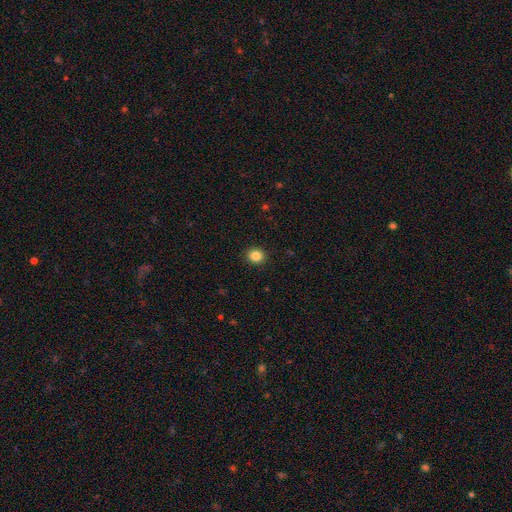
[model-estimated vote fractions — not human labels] Smooth or featured?
  - smooth: 85% *
  - star or artifact: 11%
  - featured or disk: 4%
How rounded?
  - round: 82% *
  - in between: 18%
  - cigar-shaped: 1%
Merging?
  - none: 92% *
  - minor disturbance: 5%
  - major disturbance: 2%
  - merger: 1%